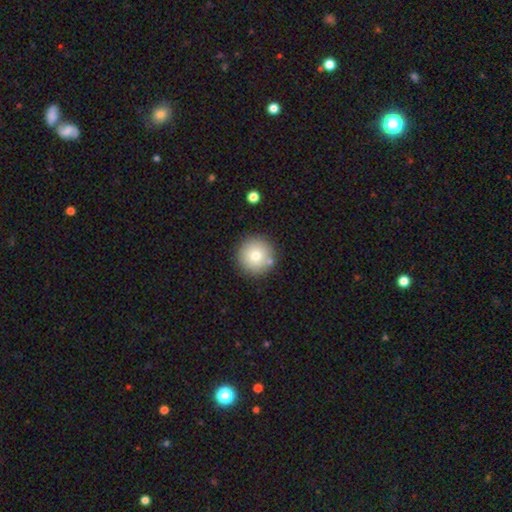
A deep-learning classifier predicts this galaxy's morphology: A smooth galaxy with no disk features (77%) that is round (96%). Merging: none (83%).